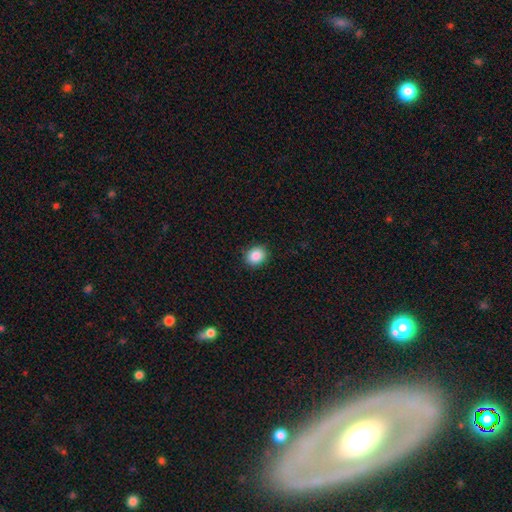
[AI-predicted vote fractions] Smooth or featured? Predicted: smooth (p=0.87). How rounded? Predicted: round (p=0.64). Merging? Predicted: none (p=0.89).